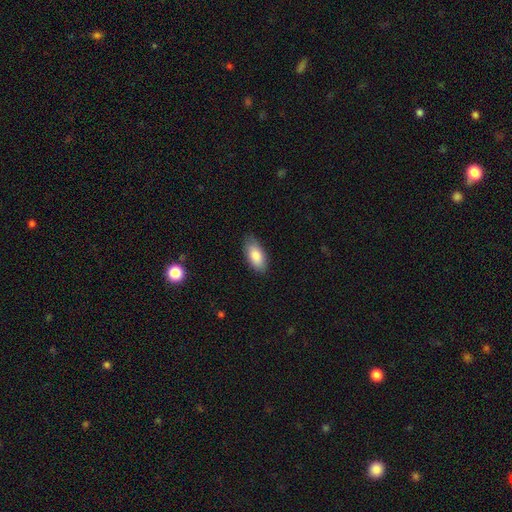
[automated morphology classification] Smooth or featured? Predicted: smooth (p=0.86). How rounded? Predicted: in between (p=0.90). Merging? Predicted: none (p=0.84).